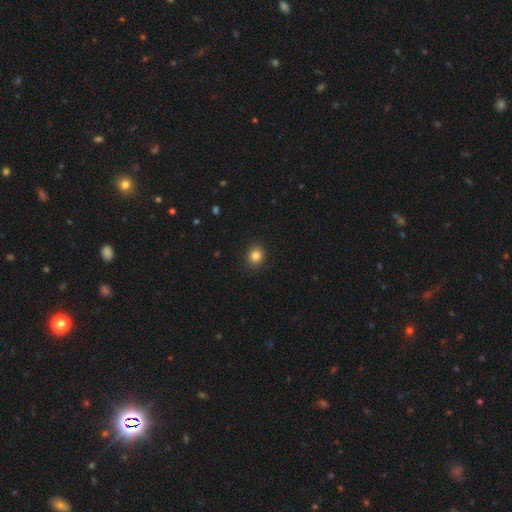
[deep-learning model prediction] Smooth or featured?
  - smooth: 84% *
  - star or artifact: 11%
  - featured or disk: 5%
How rounded?
  - round: 76% *
  - in between: 23%
  - cigar-shaped: 1%
Merging?
  - none: 89% *
  - minor disturbance: 8%
  - major disturbance: 2%
  - merger: 1%